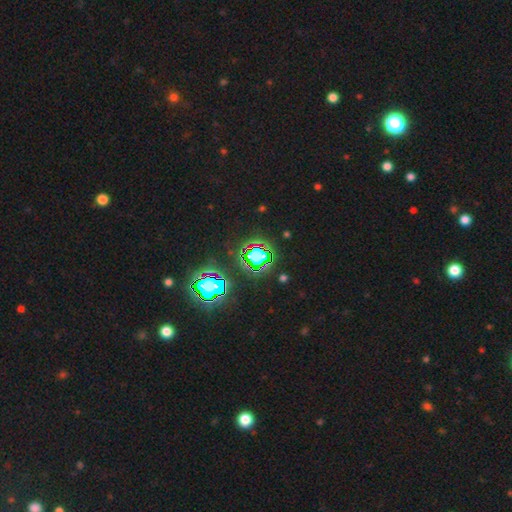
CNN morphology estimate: type=star or artifact (71%).